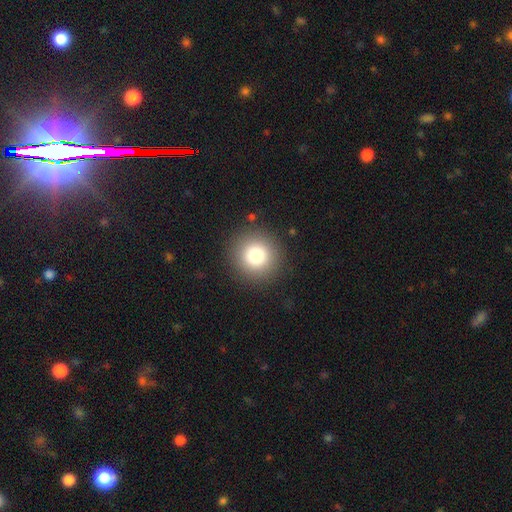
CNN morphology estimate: type=smooth (78%); roundness=round (96%); merging=none (90%).